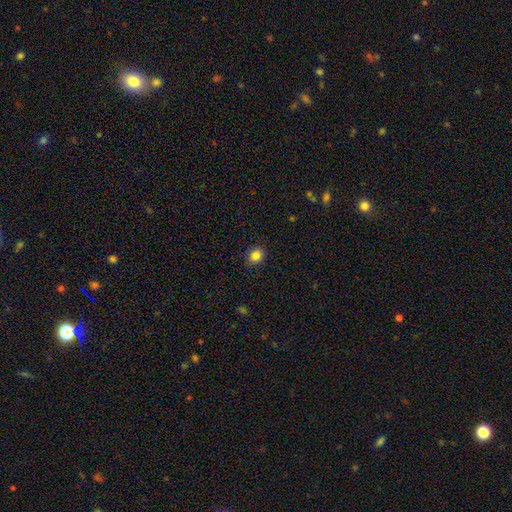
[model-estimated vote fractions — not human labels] The model was most divided on "how rounded": round: 69%, in between: 30%, cigar-shaped: 1%. More confident: merging — none (87%); smooth or featured — smooth (84%).